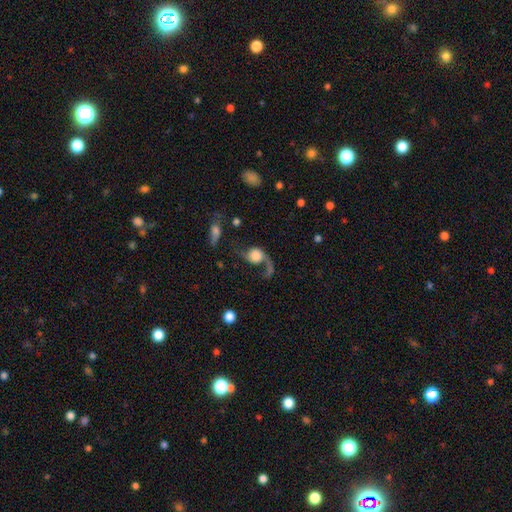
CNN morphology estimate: type=featured or disk (63%); edge-on=no (96%); bar=no (76%); spiral arms=yes (89%); winding=loose (83%); arm count=1 (56%); bulge=large (36%); merging=major disturbance (39%).